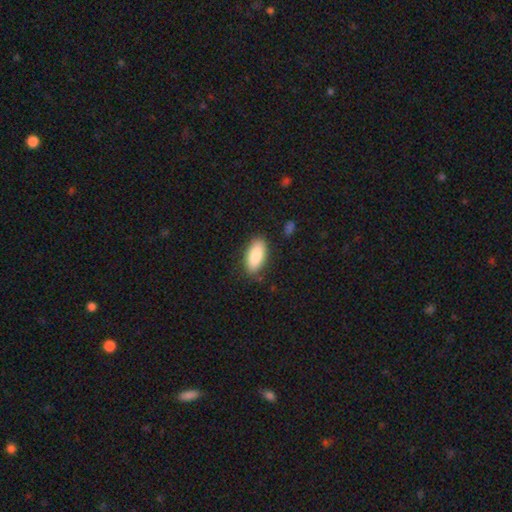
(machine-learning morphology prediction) Smooth or featured? Predicted: smooth (p=0.87). How rounded? Predicted: in between (p=0.89). Merging? Predicted: none (p=0.84).